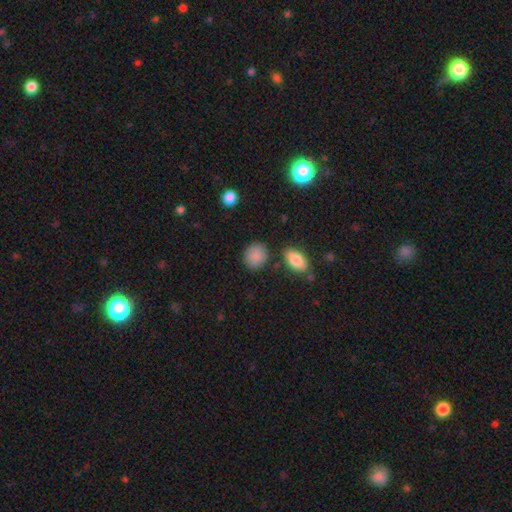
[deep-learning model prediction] Smooth or featured? smooth (88%)
How rounded? round (74%)
Merging? none (83%)